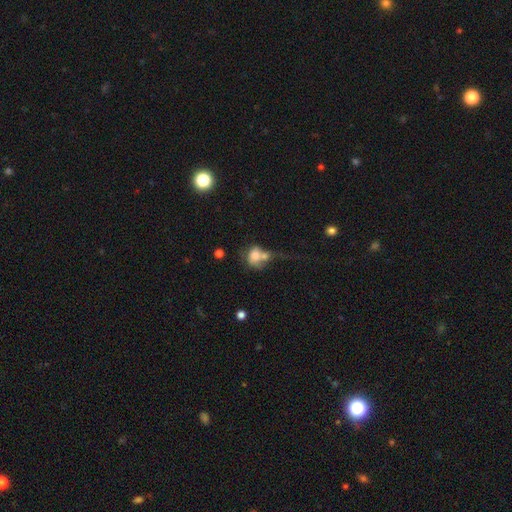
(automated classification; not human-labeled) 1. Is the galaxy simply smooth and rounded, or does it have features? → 70% smooth, 20% featured or disk, 10% star or artifact.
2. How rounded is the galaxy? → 50% round, 48% in between, 1% cigar-shaped.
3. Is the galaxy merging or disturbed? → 55% merger, 19% none, 15% major disturbance, 11% minor disturbance.